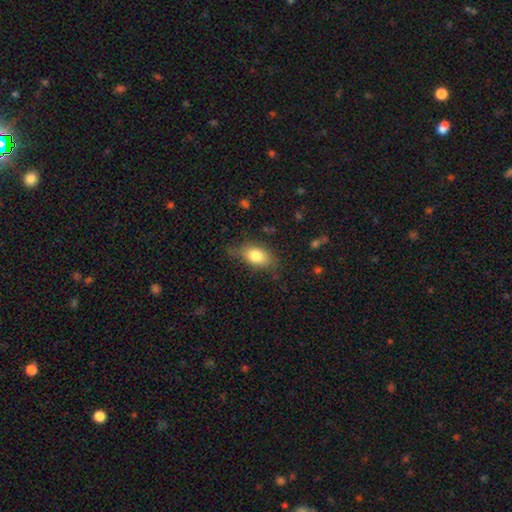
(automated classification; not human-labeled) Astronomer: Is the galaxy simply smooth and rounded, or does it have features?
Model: smooth — 79%.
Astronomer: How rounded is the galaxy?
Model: in between — 86%.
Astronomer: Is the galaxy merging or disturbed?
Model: none — 66%.